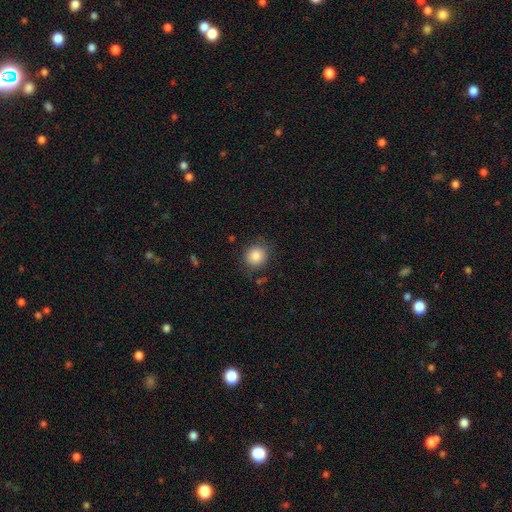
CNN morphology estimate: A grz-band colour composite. It shows a smooth galaxy with no disk features (86%) that is round (84%). Merging: none (83%).